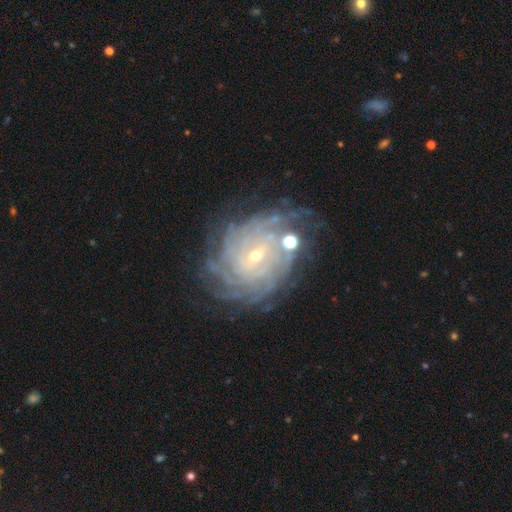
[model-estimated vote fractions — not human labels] Morphology: type=featured or disk (88%); edge-on=no (97%); bar=no (46%); spiral arms=yes (97%); winding=tight (79%); arm count=more than 4 (34%); bulge=small (75%); merging=none (70%).